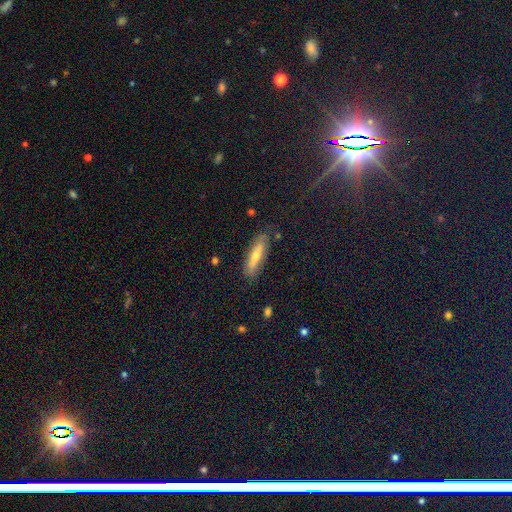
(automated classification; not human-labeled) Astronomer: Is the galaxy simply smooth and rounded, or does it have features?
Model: smooth — 45% (runner-up: featured or disk, 42%).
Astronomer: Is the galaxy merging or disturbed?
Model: none — 82%.